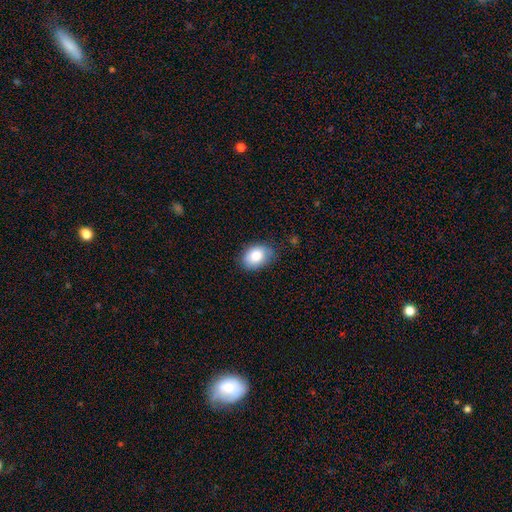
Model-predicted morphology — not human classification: smooth-or-featured: smooth: 83% | featured or disk: 9% | star or artifact: 8%
  how-rounded: in between: 75% | round: 24% | cigar-shaped: 1%
  merging: none: 76% | minor disturbance: 20% | major disturbance: 4% | merger: 1%